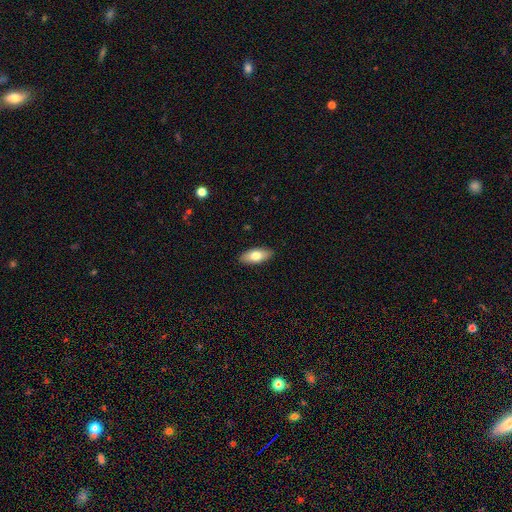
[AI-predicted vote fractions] smooth_or_featured: smooth (p=0.74) [alt: featured or disk p=0.20]
how_rounded: in between (p=0.86) [alt: cigar-shaped p=0.12]
merging: none (p=0.90) [alt: minor disturbance p=0.08]